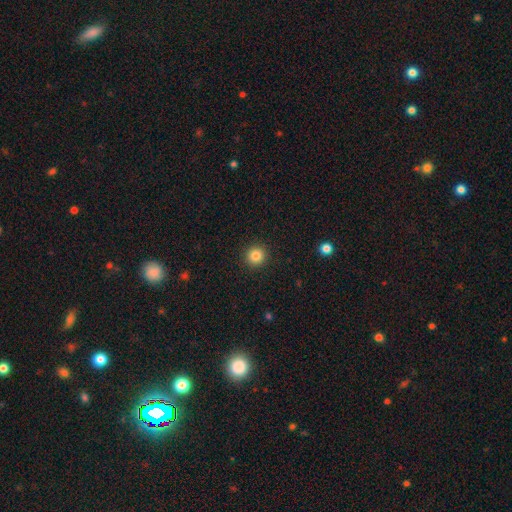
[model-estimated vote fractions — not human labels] Morphology: type=smooth (84%); roundness=round (94%); merging=none (92%).